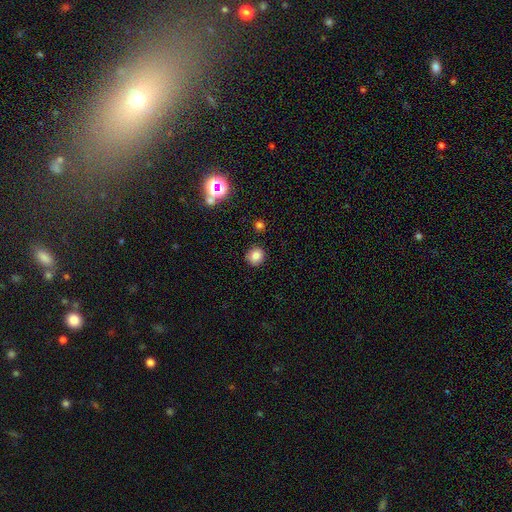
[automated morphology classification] A smooth galaxy with no disk features (81%) that is round (87%).

Vote fractions:
- Smooth or featured? smooth: 81% / star or artifact: 13% / featured or disk: 6%
- How rounded? round: 87% / in between: 12% / cigar-shaped: 1%
- Merging? none: 89% / minor disturbance: 7% / major disturbance: 2% / merger: 2%